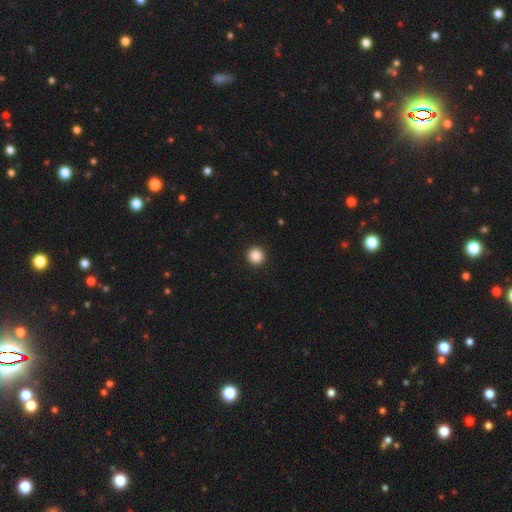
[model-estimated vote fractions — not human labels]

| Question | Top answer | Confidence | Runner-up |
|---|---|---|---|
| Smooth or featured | smooth | 87% | star or artifact (10%) |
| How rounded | round | 94% | in between (5%) |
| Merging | none | 93% | minor disturbance (4%) |